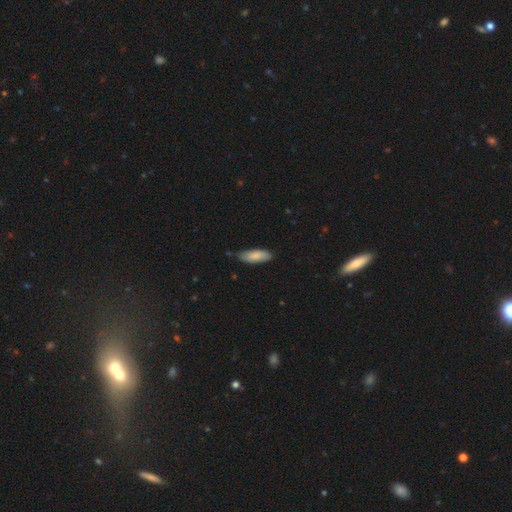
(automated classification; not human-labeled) Smooth or featured?
  - smooth: 82% *
  - featured or disk: 12%
  - star or artifact: 5%
How rounded?
  - in between: 66% *
  - cigar-shaped: 32%
  - round: 1%
Merging?
  - none: 75% *
  - minor disturbance: 21%
  - major disturbance: 3%
  - merger: 2%